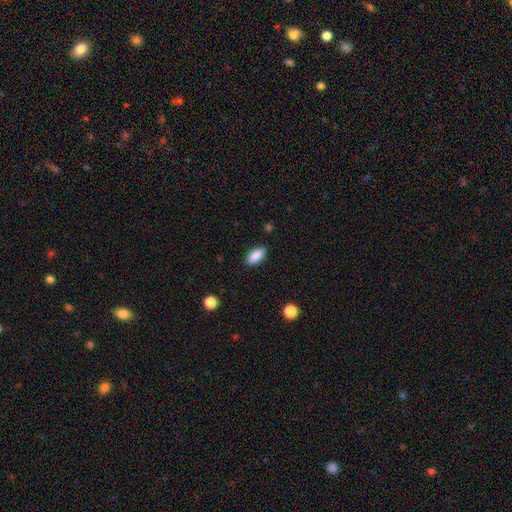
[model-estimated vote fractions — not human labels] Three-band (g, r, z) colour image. It shows a smooth galaxy with no disk features (88%) that is in between round and cigar-shaped (89%). Merging: none (87%).